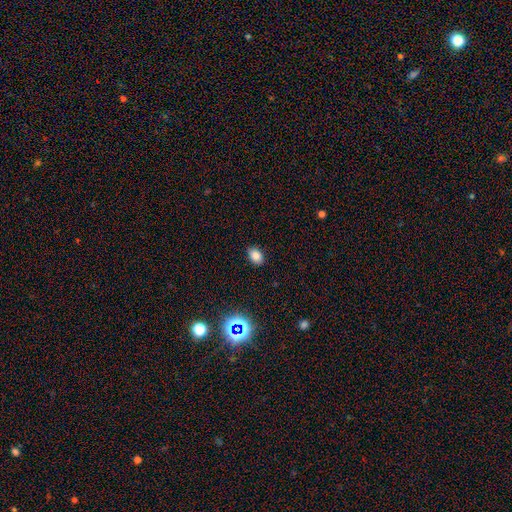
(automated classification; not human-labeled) Q: Smooth or featured?
A: smooth (81%); runner-up: star or artifact (14%)
Q: How rounded?
A: in between (78%); runner-up: round (21%)
Q: Merging?
A: none (88%); runner-up: minor disturbance (9%)